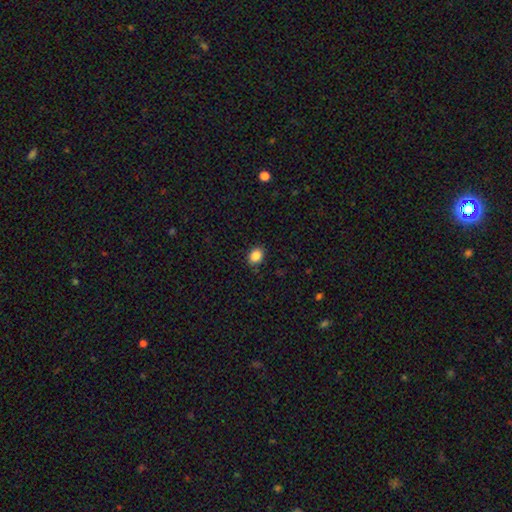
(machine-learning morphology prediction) Smooth or featured: smooth — 86% (star or artifact — 10%)
How rounded: round — 50% (in between — 49%)
Merging: none — 89% (minor disturbance — 8%)